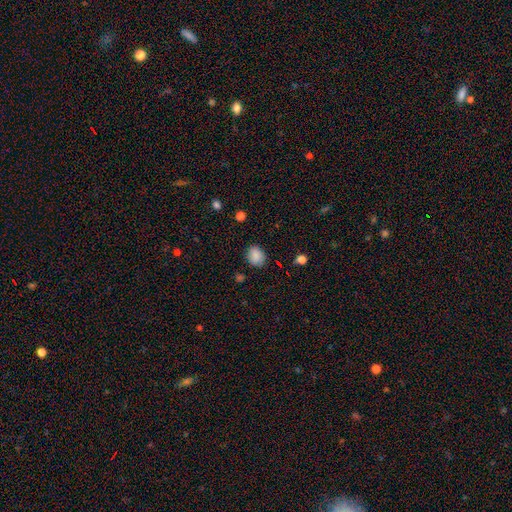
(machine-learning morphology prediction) Smooth or featured? smooth (86%)
How rounded? round (58%)
Merging? none (81%)